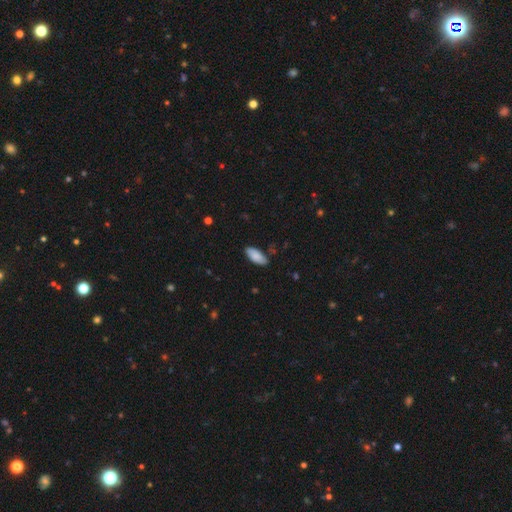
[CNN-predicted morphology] smooth-or-featured: smooth: 87% | featured or disk: 7% | star or artifact: 6%
  how-rounded: in between: 87% | cigar-shaped: 12% | round: 2%
  merging: none: 83% | minor disturbance: 13% | major disturbance: 2% | merger: 1%